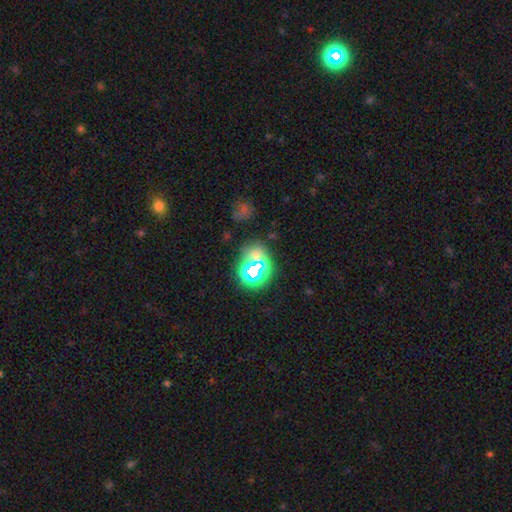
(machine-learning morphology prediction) Smooth or featured? star or artifact (56%)